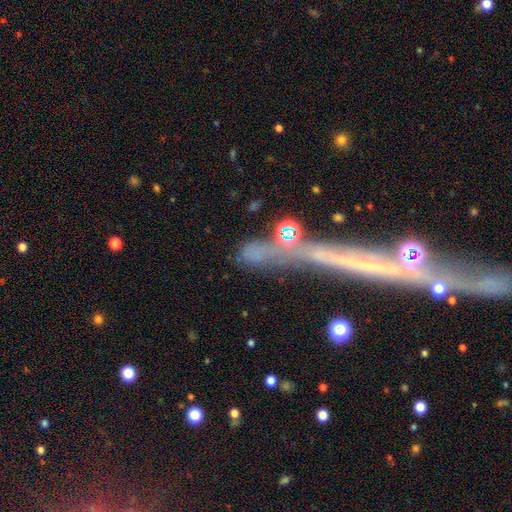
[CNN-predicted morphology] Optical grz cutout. It shows a featured or disk galaxy (40%). Merging: none (56%).